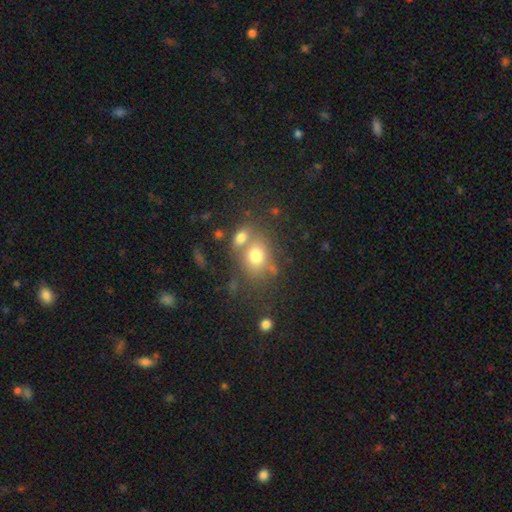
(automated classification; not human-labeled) A smooth galaxy with no disk features (73%) that is round (51%).

Vote fractions:
- Smooth or featured? smooth: 73% / featured or disk: 15% / star or artifact: 12%
- How rounded? round: 51% / in between: 48% / cigar-shaped: 1%
- Merging? none: 47% / merger: 35% / minor disturbance: 12% / major disturbance: 6%